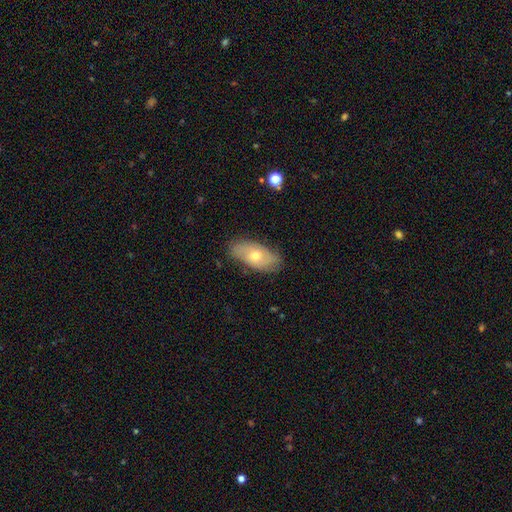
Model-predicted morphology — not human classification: The model was most divided on "smooth or featured": featured or disk: 49%, smooth: 43%, star or artifact: 7%. More confident: merging — none (79%).